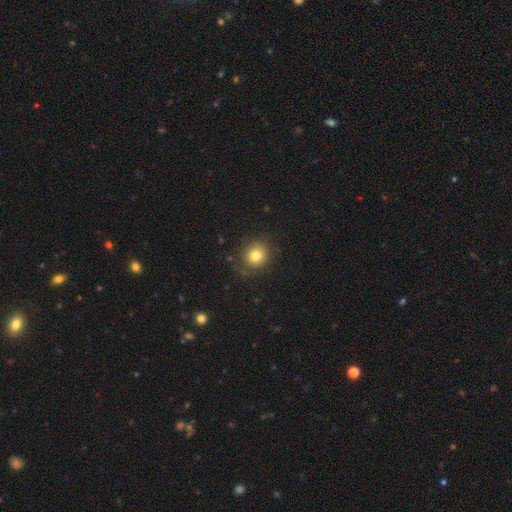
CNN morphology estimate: A smooth galaxy with no disk features (79%) that is round (81%).

Vote fractions:
- Smooth or featured? smooth: 79% / star or artifact: 11% / featured or disk: 10%
- How rounded? round: 81% / in between: 18% / cigar-shaped: 1%
- Merging? none: 79% / minor disturbance: 14% / major disturbance: 5% / merger: 2%